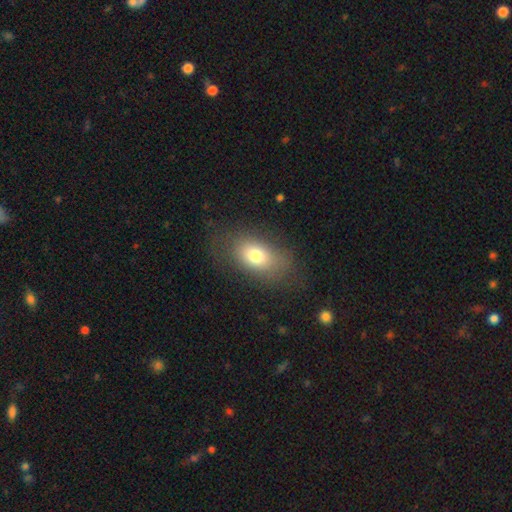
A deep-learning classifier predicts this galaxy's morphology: Smooth or featured? smooth (75%)
How rounded? in between (83%)
Merging? none (72%)